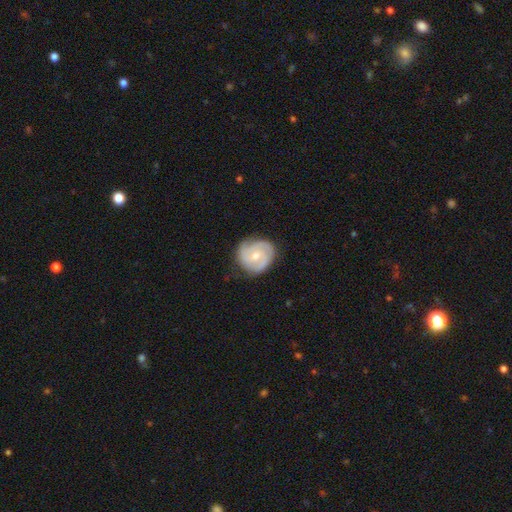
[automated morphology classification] Smooth or featured?
  - featured or disk: 83% *
  - smooth: 12%
  - star or artifact: 5%
Edge-on disk?
  - no: 98% *
  - yes: 2%
Bar?
  - no: 62% *
  - weak: 33%
  - strong: 5%
Spiral arms?
  - yes: 97% *
  - no: 3%
Spiral winding?
  - tight: 60% *
  - medium: 34%
  - loose: 5%
Spiral arm count?
  - 3: 61% *
  - 2: 18%
  - can't tell: 8%
  - 4: 7%
  - 1: 3%
  - more than 4: 3%
Bulge size?
  - moderate: 50% *
  - small: 46%
  - none: 2%
  - large: 1%
  - dominant: 1%
Merging?
  - none: 79% *
  - minor disturbance: 16%
  - major disturbance: 4%
  - merger: 1%